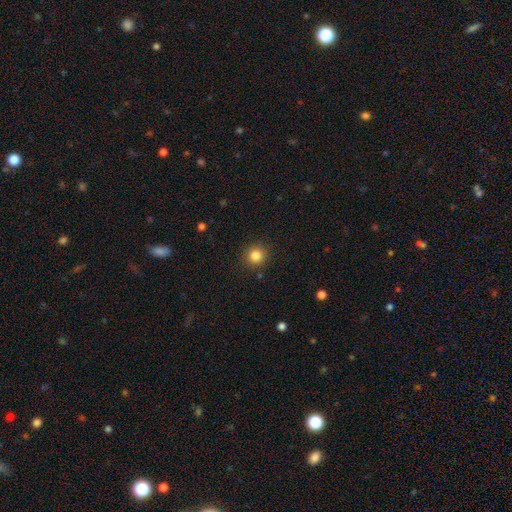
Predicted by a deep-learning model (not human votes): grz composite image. It shows a smooth galaxy with no disk features (84%) that is round (93%). Merging: none (90%).